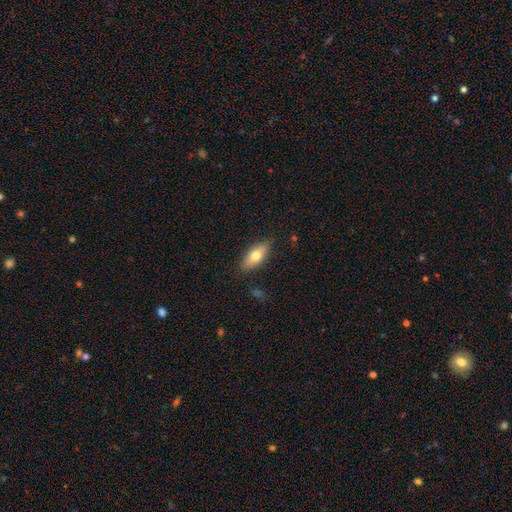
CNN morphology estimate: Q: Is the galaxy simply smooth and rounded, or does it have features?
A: smooth — 69%.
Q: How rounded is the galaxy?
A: in between — 76%.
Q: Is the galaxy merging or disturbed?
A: none — 85%.